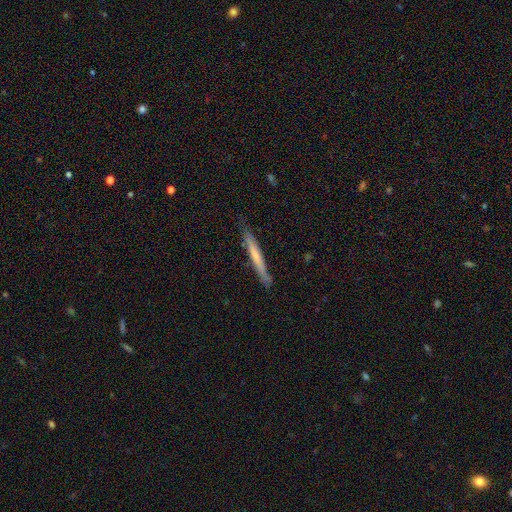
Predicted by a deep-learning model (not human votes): A smooth galaxy with no disk features (53%) that is cigar-shaped (96%). Merging: none (82%).